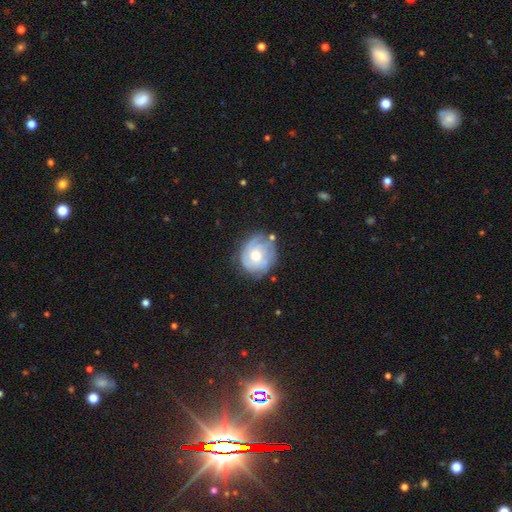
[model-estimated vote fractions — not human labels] This appears to be a featured or disk galaxy (71%) with no bar (78%), tight (70%) spiral arms (87%) and a moderate central bulge (72%). Merging: none (70%).